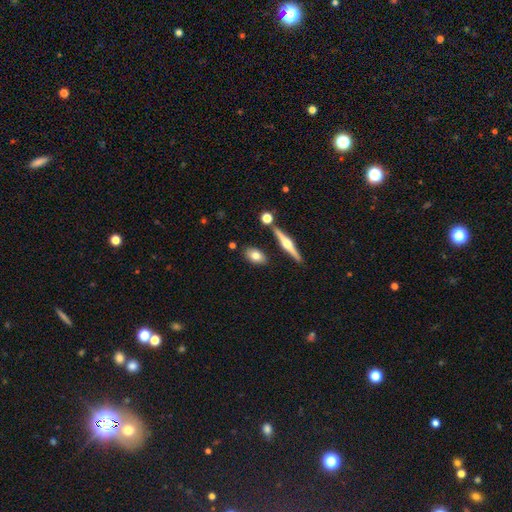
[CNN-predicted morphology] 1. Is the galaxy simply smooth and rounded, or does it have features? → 68% smooth, 25% featured or disk, 7% star or artifact.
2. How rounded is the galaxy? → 81% in between, 11% round, 9% cigar-shaped.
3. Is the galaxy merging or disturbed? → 80% none, 10% minor disturbance, 6% merger, 3% major disturbance.